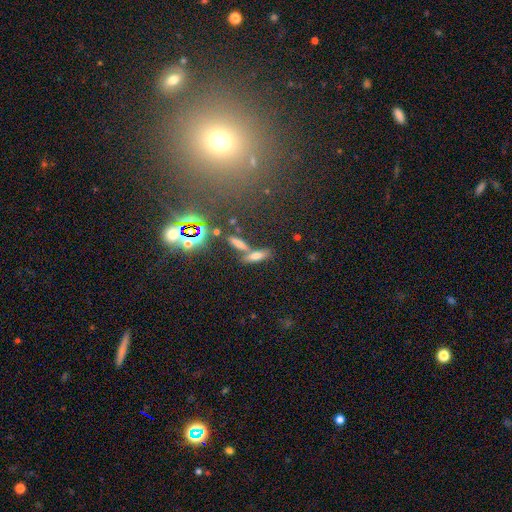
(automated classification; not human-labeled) This is likely a smooth galaxy (65%). How rounded: possibly cigar-shaped (52%). Merging: possibly none (45%).